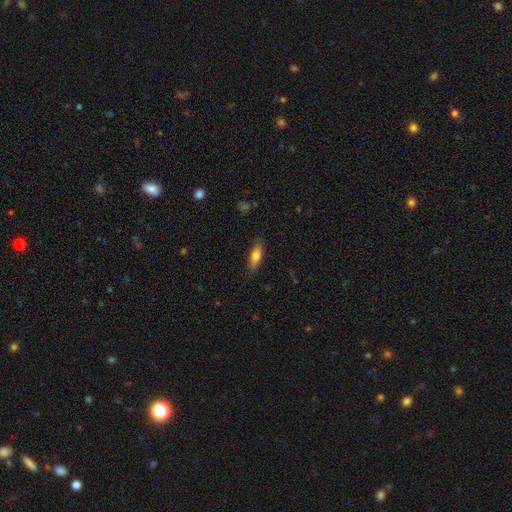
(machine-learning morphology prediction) Smooth or featured?
  - smooth: 74% *
  - featured or disk: 20%
  - star or artifact: 7%
How rounded?
  - in between: 62% *
  - cigar-shaped: 35%
  - round: 3%
Merging?
  - none: 86% *
  - minor disturbance: 11%
  - major disturbance: 2%
  - merger: 1%